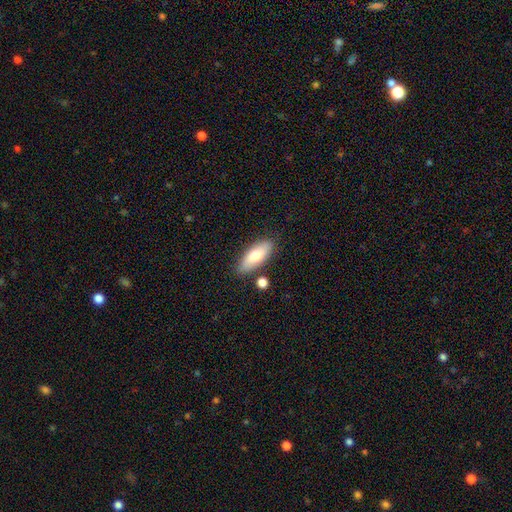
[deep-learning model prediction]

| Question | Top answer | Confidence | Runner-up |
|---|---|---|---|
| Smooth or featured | smooth | 76% | featured or disk (18%) |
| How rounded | in between | 70% | cigar-shaped (27%) |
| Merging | none | 79% | minor disturbance (12%) |